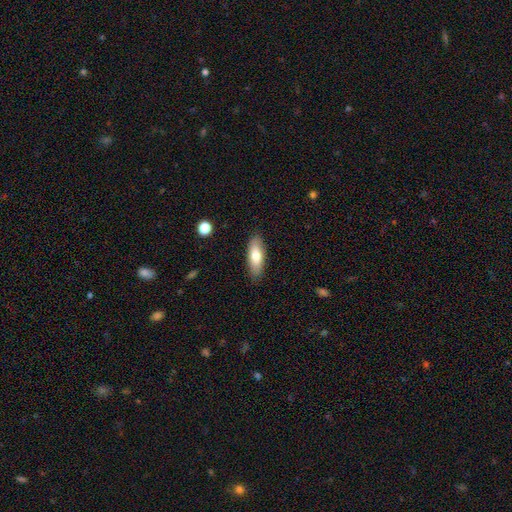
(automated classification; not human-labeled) Q: Smooth or featured?
A: smooth (75%); runner-up: featured or disk (19%)
Q: How rounded?
A: in between (66%); runner-up: cigar-shaped (32%)
Q: Merging?
A: none (87%); runner-up: minor disturbance (10%)